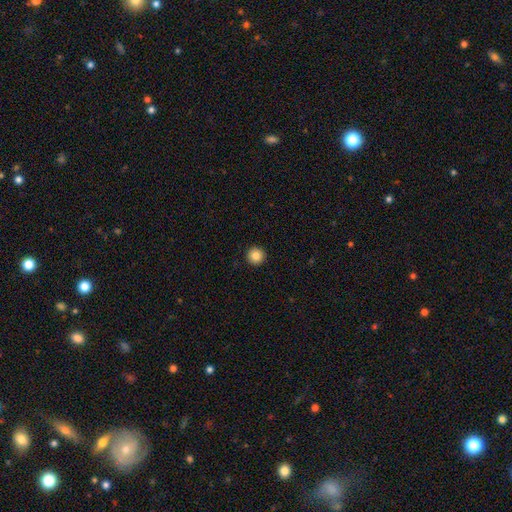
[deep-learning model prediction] Smooth or featured? Predicted: smooth (p=0.85). How rounded? Predicted: round (p=0.96). Merging? Predicted: none (p=0.94).